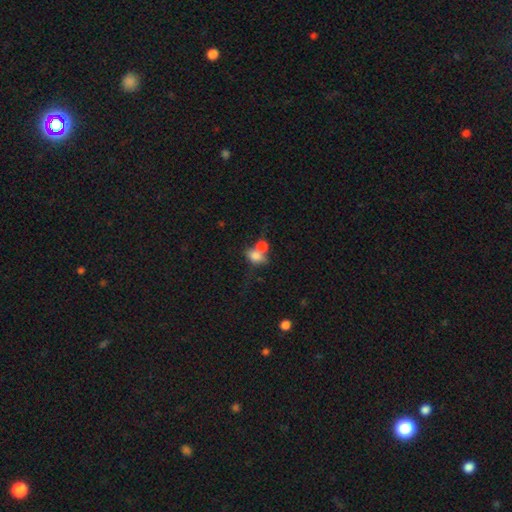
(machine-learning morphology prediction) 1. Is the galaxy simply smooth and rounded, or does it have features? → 75% smooth, 15% featured or disk, 10% star or artifact.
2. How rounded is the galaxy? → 71% in between, 26% round, 3% cigar-shaped.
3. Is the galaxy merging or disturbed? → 59% merger, 24% none, 9% minor disturbance, 7% major disturbance.